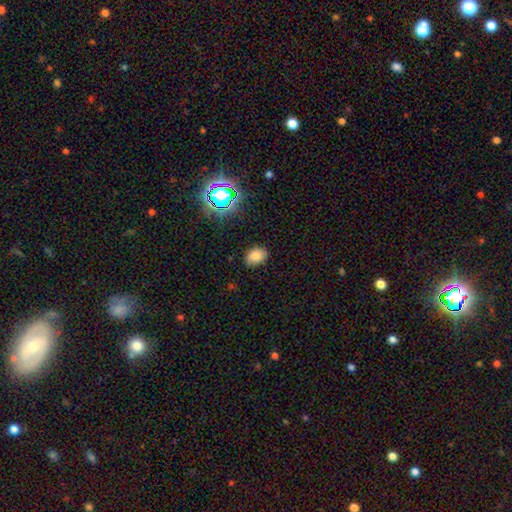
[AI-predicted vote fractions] Smooth or featured: smooth — 78% (star or artifact — 14%)
How rounded: in between — 77% (round — 22%)
Merging: none — 81% (minor disturbance — 15%)